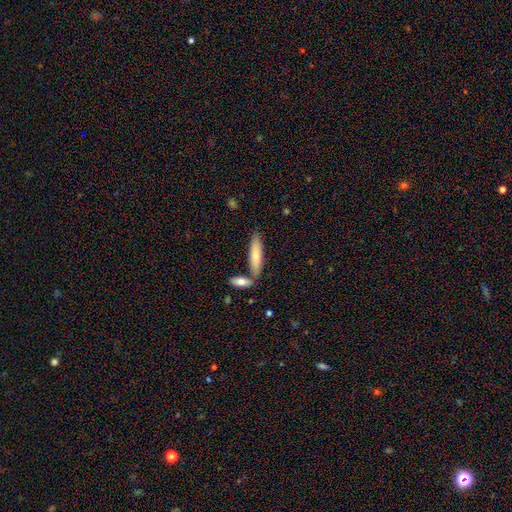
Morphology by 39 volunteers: Overall: smooth (85%). How rounded: cigar-shaped (76%). Merging: none (82%).